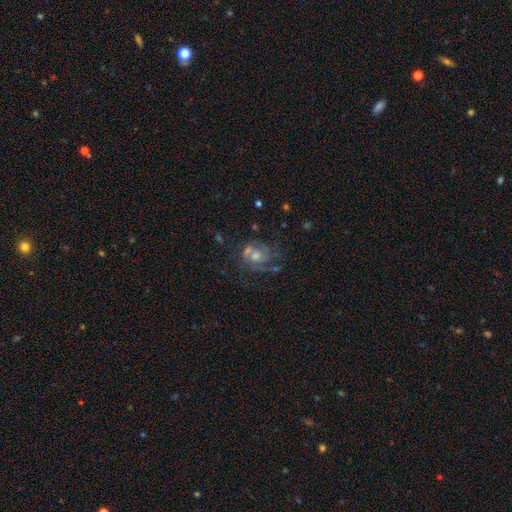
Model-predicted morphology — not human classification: This is likely a featured or disk galaxy (69%). It is clearly not viewed edge-on (97%). Bar: likely no (73%). Spiral arm pattern: clearly yes (81%). Spiral arm count: marginally 2 (38%). Spiral winding: marginally medium (43%). Central bulge: possibly moderate (57%). Merging: possibly none (55%).